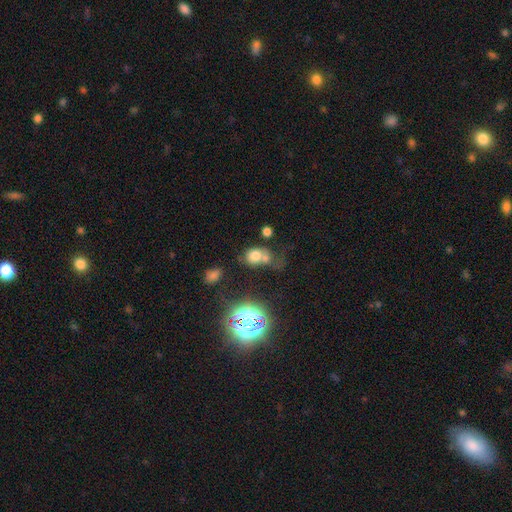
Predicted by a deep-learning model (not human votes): The model was most divided on "how rounded": round: 54%, in between: 45%, cigar-shaped: 1%. Remaining: smooth or featured — smooth (67%); merging — merger (44%).